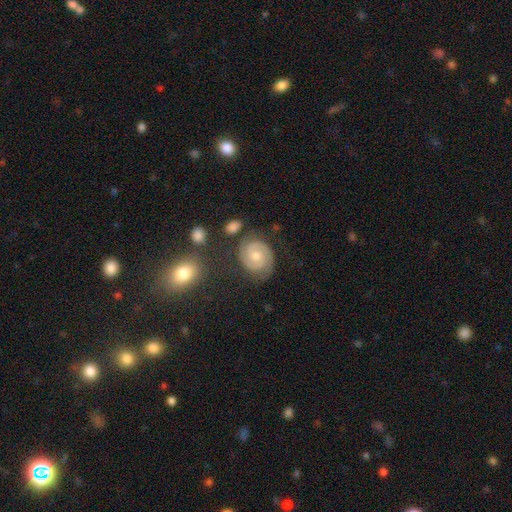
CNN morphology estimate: smooth_or_featured: featured or disk (p=0.78) [alt: smooth p=0.15]
disk_edge_on: no (p=0.98) [alt: yes p=0.02]
bar: no (p=0.64) [alt: weak p=0.30]
has_spiral_arms: yes (p=0.96) [alt: no p=0.04]
spiral_winding: tight (p=0.63) [alt: medium p=0.31]
spiral_arm_count: 2 (p=0.86) [alt: can't tell p=0.07]
bulge_size: moderate (p=0.54) [alt: small p=0.39]
merging: none (p=0.76) [alt: minor disturbance p=0.15]